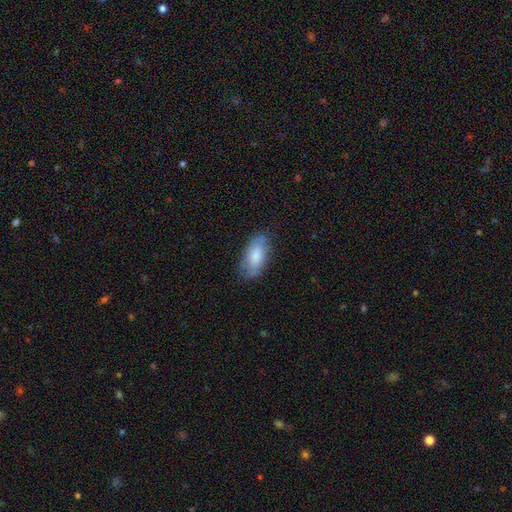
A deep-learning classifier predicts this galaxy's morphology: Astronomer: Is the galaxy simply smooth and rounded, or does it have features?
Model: smooth — 78%.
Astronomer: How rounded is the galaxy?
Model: in between — 91%.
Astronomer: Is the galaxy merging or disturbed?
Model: none — 76%.